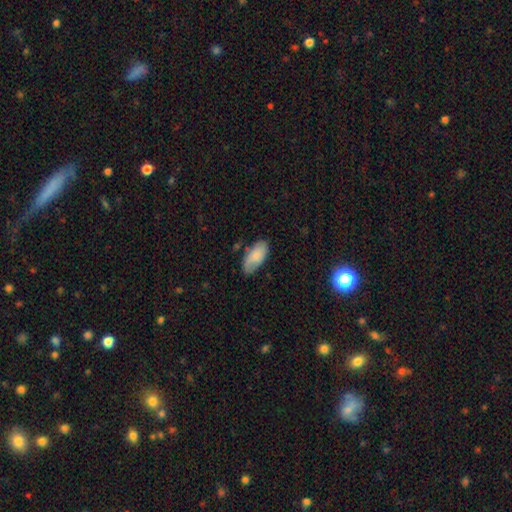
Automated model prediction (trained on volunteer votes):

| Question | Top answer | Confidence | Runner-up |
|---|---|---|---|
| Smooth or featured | smooth | 80% | featured or disk (14%) |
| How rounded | in between | 93% | cigar-shaped (5%) |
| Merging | none | 68% | minor disturbance (24%) |